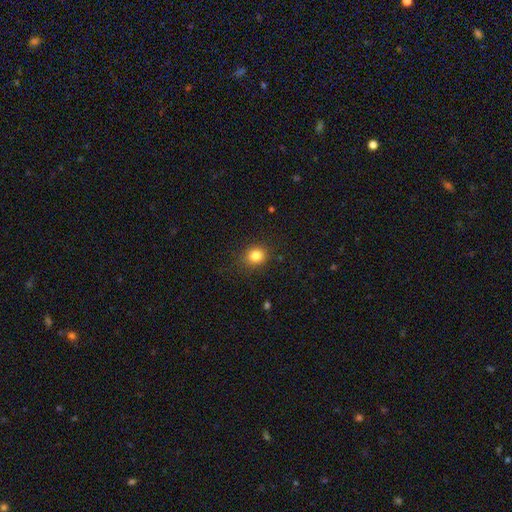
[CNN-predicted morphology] Q: Smooth or featured?
A: smooth (83%); runner-up: star or artifact (12%)
Q: How rounded?
A: round (76%); runner-up: in between (23%)
Q: Merging?
A: none (86%); runner-up: minor disturbance (9%)